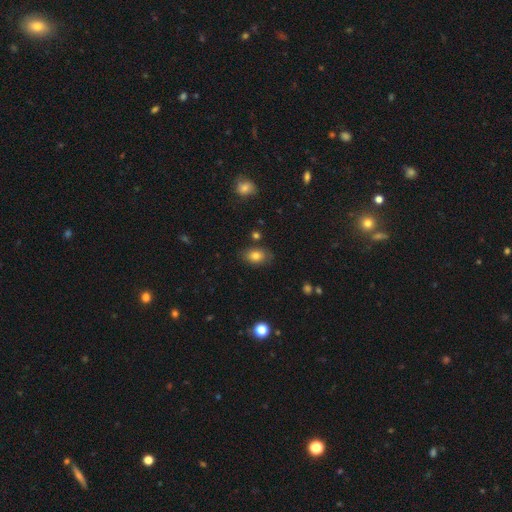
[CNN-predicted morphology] This appears to be a smooth galaxy with no disk features (79%) that is in between round and cigar-shaped (78%). Merging: none (80%).